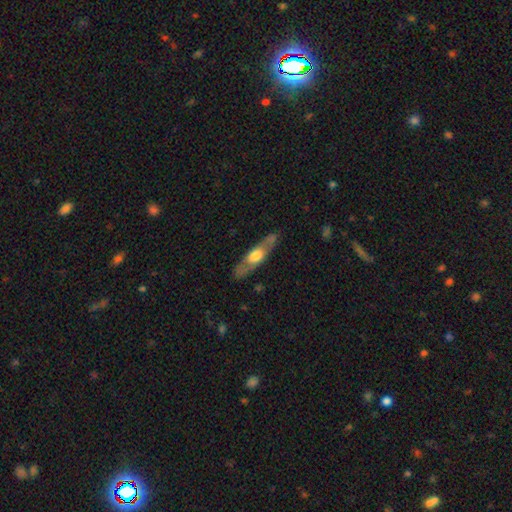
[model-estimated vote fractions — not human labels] This is possibly a featured or disk galaxy (59%). It is likely viewed edge-on (61%). Merging: clearly none (81%).